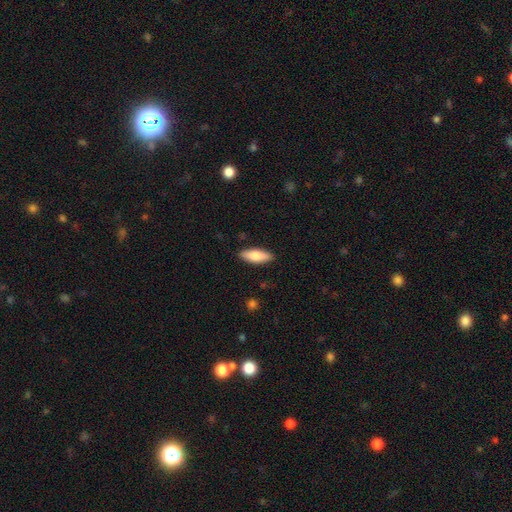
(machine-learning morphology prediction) A smooth galaxy with no disk features (83%) that is in between round and cigar-shaped (67%).

Vote fractions:
- Smooth or featured? smooth: 83% / featured or disk: 12% / star or artifact: 5%
- How rounded? in between: 67% / cigar-shaped: 31% / round: 2%
- Merging? none: 88% / minor disturbance: 9% / major disturbance: 2% / merger: 1%